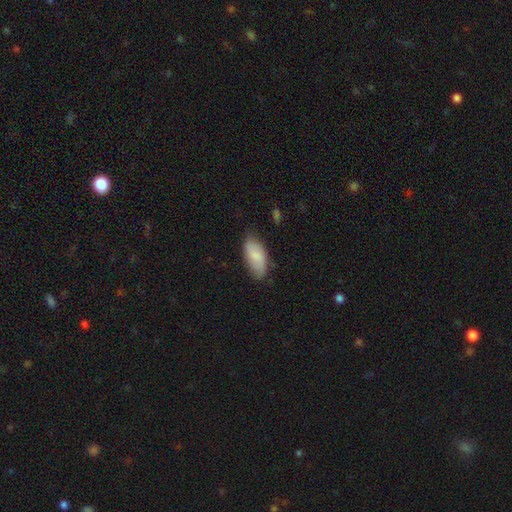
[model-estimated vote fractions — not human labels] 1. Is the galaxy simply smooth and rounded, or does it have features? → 77% smooth, 17% featured or disk, 6% star or artifact.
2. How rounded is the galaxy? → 90% in between, 8% cigar-shaped, 2% round.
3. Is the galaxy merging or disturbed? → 69% none, 25% minor disturbance, 4% major disturbance, 1% merger.